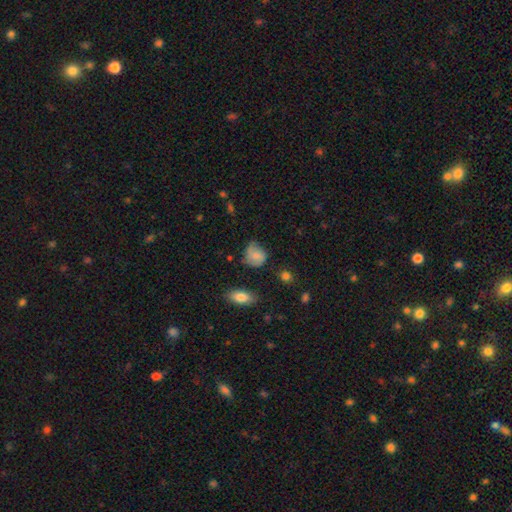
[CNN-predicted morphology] A smooth galaxy with no disk features (67%) that is round (62%).

Vote fractions:
- Smooth or featured? smooth: 67% / featured or disk: 24% / star or artifact: 8%
- How rounded? round: 62% / in between: 36% / cigar-shaped: 1%
- Merging? none: 49% / minor disturbance: 36% / major disturbance: 12% / merger: 3%